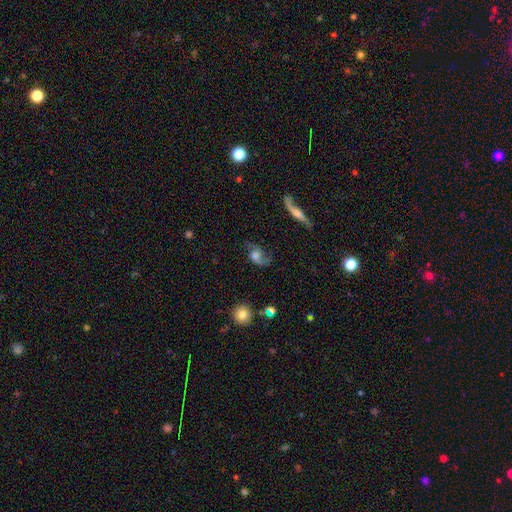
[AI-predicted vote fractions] smooth_or_featured: featured or disk (p=0.74) [alt: smooth p=0.18]
disk_edge_on: no (p=0.93) [alt: yes p=0.07]
bar: no (p=0.64) [alt: weak p=0.30]
has_spiral_arms: yes (p=0.93) [alt: no p=0.07]
spiral_winding: loose (p=0.70) [alt: medium p=0.25]
spiral_arm_count: 2 (p=0.89) [alt: 1 p=0.05]
bulge_size: moderate (p=0.33) [alt: large p=0.31]
merging: none (p=0.64) [alt: minor disturbance p=0.19]